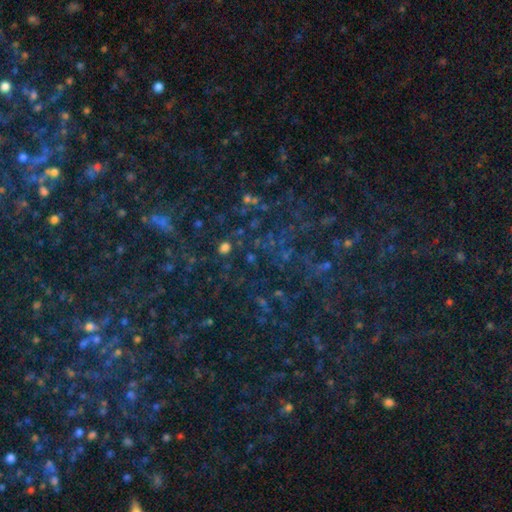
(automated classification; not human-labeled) This appears to be a star or artifact, not a galaxy (76%).